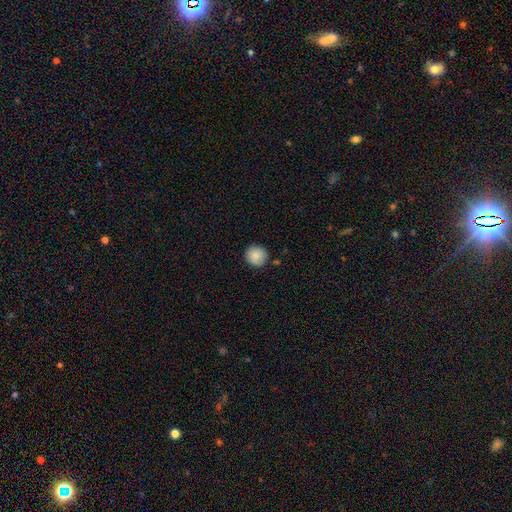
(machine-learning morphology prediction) A smooth galaxy with no disk features (87%) that is round (93%). Merging: none (87%).